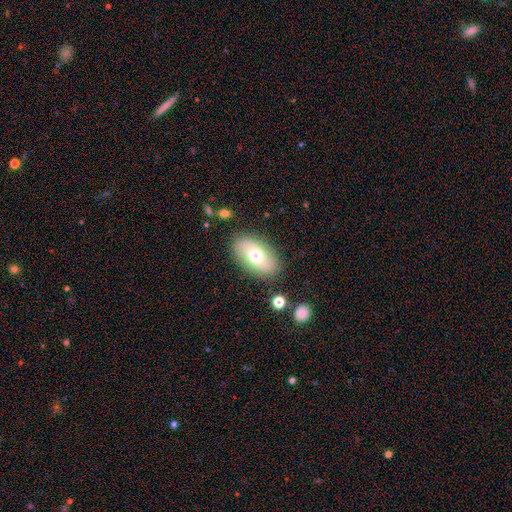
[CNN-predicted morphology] Overall: smooth (60%; featured or disk 33%). How rounded: in between (92%). Merging: none (84%).